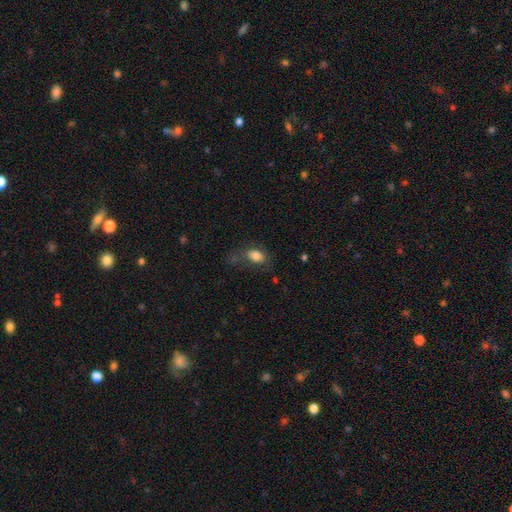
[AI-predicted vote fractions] Q: Smooth or featured?
A: smooth (81%); runner-up: featured or disk (10%)
Q: How rounded?
A: in between (86%); runner-up: round (12%)
Q: Merging?
A: none (53%); runner-up: minor disturbance (23%)